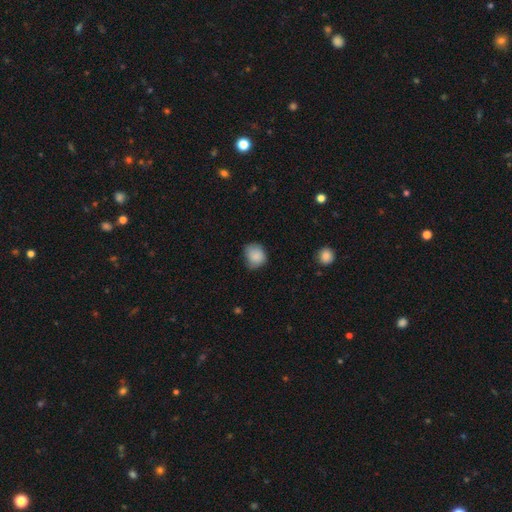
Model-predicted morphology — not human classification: Smooth or featured: smooth — 86% (star or artifact — 8%)
How rounded: round — 65% (in between — 34%)
Merging: none — 55% (minor disturbance — 36%)